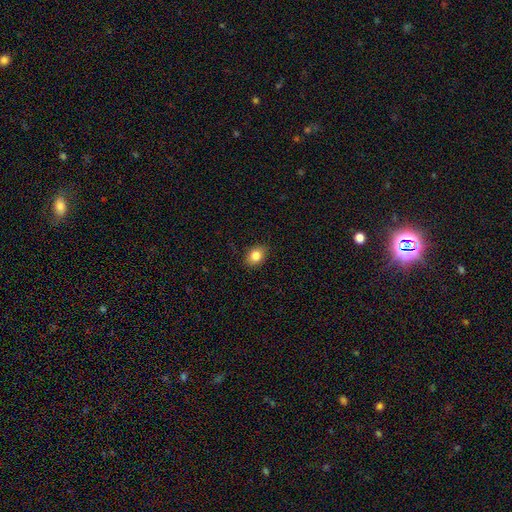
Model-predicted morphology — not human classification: A smooth galaxy with no disk features (84%) that is in between round and cigar-shaped (66%).

Vote fractions:
- Smooth or featured? smooth: 84% / star or artifact: 9% / featured or disk: 7%
- How rounded? in between: 66% / round: 33% / cigar-shaped: 1%
- Merging? none: 86% / minor disturbance: 11% / major disturbance: 2% / merger: 1%